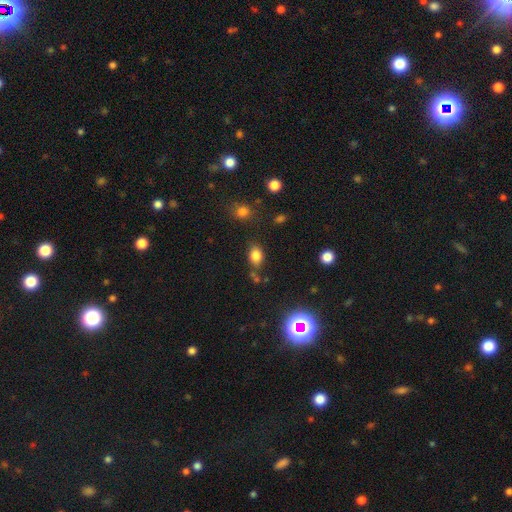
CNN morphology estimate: Smooth or featured? Predicted: smooth (p=0.80). How rounded? Predicted: in between (p=0.72). Merging? Predicted: none (p=0.71).